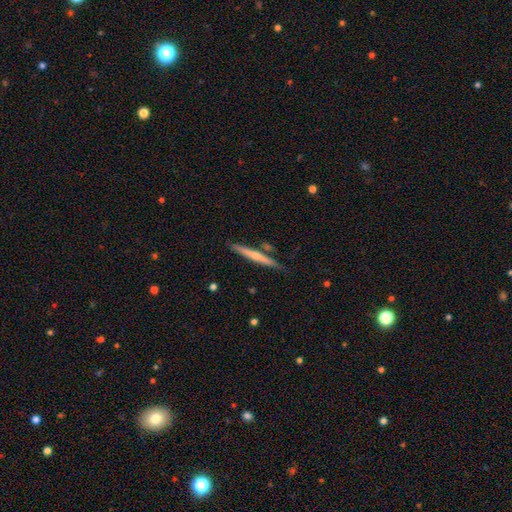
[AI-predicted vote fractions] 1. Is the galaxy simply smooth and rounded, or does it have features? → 54% featured or disk, 40% smooth, 6% star or artifact.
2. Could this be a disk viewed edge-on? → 97% yes, 3% no.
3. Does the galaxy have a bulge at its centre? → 57% rounded, 39% none, 4% boxy.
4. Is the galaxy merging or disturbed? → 82% none, 10% minor disturbance, 5% merger, 2% major disturbance.